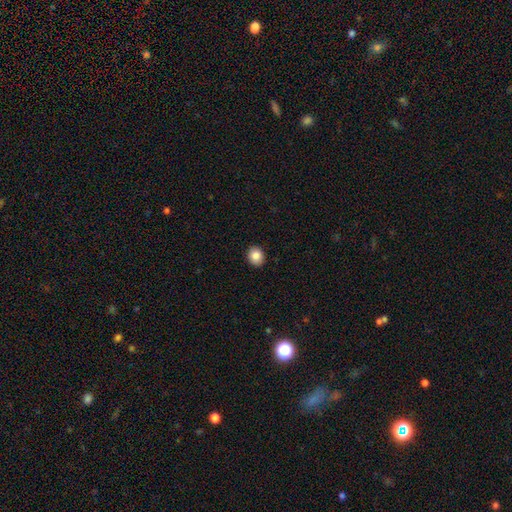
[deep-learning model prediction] This is clearly a smooth galaxy (86%). How rounded: likely round (69%). Merging: clearly none (91%).